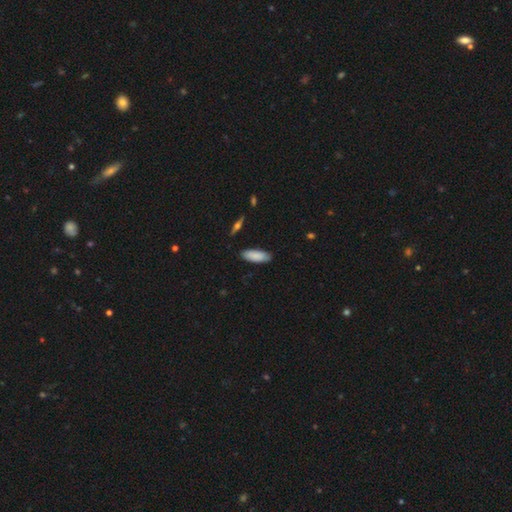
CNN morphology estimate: This appears to be a smooth galaxy with no disk features (85%) that is in between round and cigar-shaped (71%). Merging: none (85%).